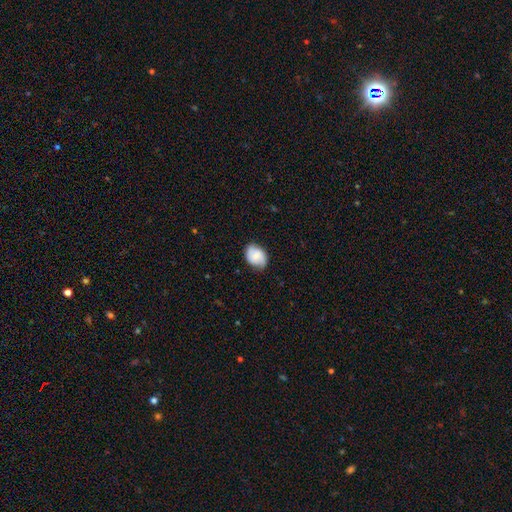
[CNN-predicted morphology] Smooth or featured? Predicted: smooth (p=0.58). How rounded? Predicted: in between (p=0.68). Merging? Predicted: none (p=0.75).